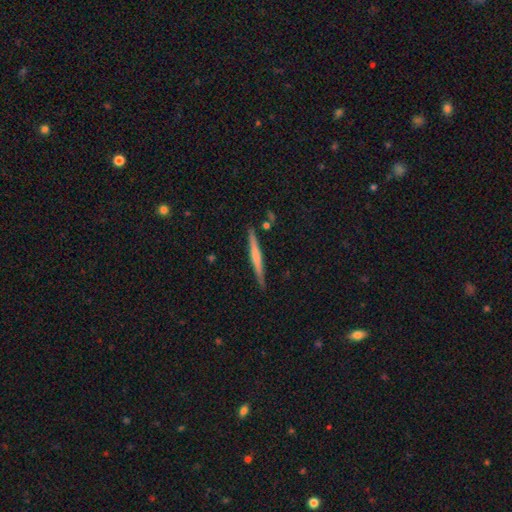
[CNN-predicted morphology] A smooth galaxy with no disk features (48%).

Vote fractions:
- Smooth or featured? smooth: 48% / featured or disk: 47% / star or artifact: 5%
- Merging? none: 89% / minor disturbance: 8% / merger: 2% / major disturbance: 1%